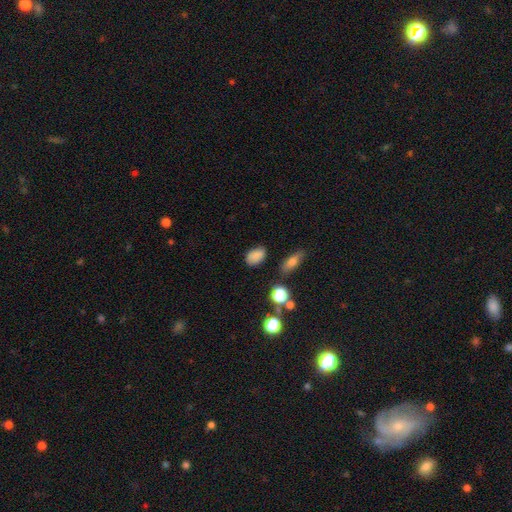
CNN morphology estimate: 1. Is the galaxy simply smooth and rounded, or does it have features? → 82% smooth, 12% star or artifact, 5% featured or disk.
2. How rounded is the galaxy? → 82% in between, 16% round, 2% cigar-shaped.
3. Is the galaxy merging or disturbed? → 79% none, 14% minor disturbance, 4% major disturbance, 3% merger.